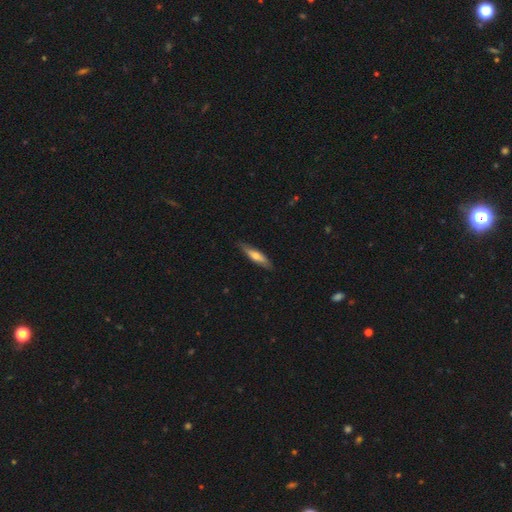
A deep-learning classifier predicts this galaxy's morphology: Smooth or featured?
  - smooth: 53% *
  - featured or disk: 42%
  - star or artifact: 6%
How rounded?
  - cigar-shaped: 74% *
  - in between: 24%
  - round: 2%
Merging?
  - none: 83% *
  - minor disturbance: 13%
  - major disturbance: 2%
  - merger: 1%